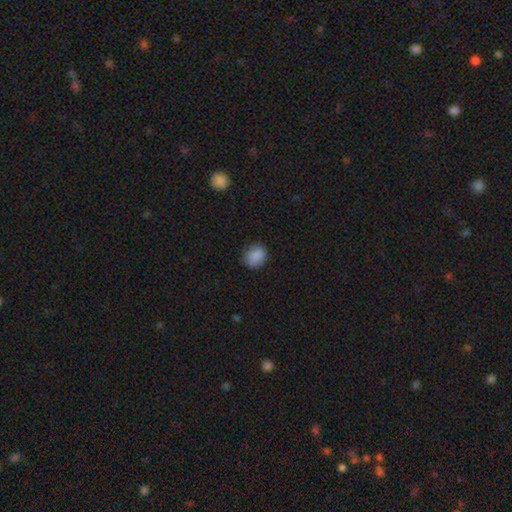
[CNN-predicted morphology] smooth-or-featured: smooth: 86% | star or artifact: 10% | featured or disk: 4%
  how-rounded: round: 61% | in between: 38% | cigar-shaped: 1%
  merging: none: 81% | minor disturbance: 15% | major disturbance: 3% | merger: 1%